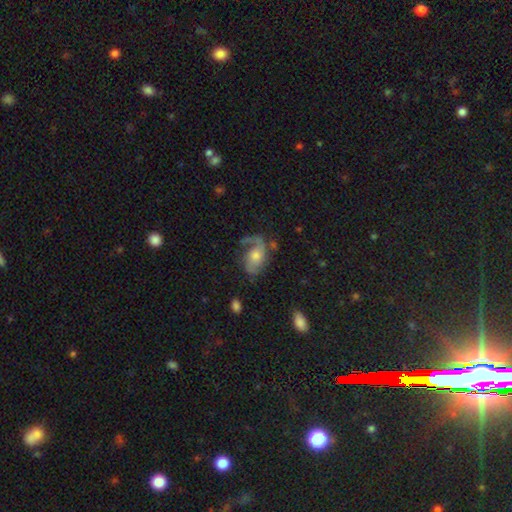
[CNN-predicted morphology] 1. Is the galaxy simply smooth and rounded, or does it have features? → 71% featured or disk, 22% smooth, 8% star or artifact.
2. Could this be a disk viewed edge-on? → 96% no, 4% yes.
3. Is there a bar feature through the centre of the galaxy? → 71% no, 24% weak, 5% strong.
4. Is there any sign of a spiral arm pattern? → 89% yes, 11% no.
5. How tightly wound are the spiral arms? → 42% loose, 39% medium, 19% tight.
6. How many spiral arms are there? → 45% 1, 43% 2, 8% can't tell, 2% 3, 1% 4, 1% more than 4.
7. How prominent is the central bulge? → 58% moderate, 31% small, 7% large, 3% none, 1% dominant.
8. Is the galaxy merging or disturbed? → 50% none, 24% major disturbance, 22% minor disturbance, 4% merger.